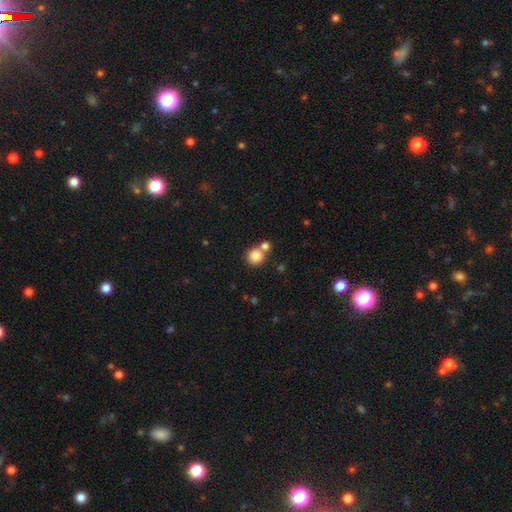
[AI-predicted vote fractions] The model was most divided on "merging": none: 59%, merger: 31%, minor disturbance: 7%, major disturbance: 3%. More confident: how rounded — round (91%); smooth or featured — smooth (83%).